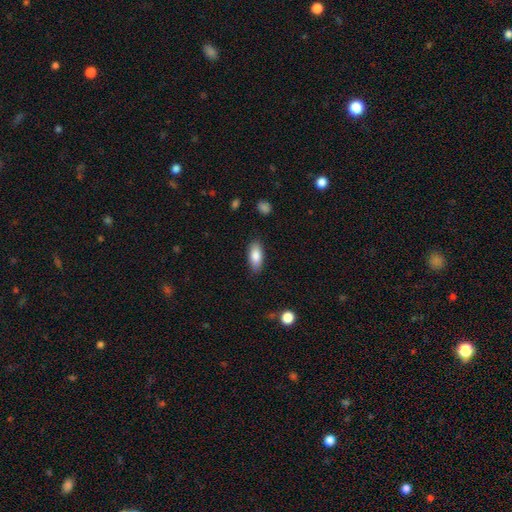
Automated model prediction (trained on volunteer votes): smooth 84%, featured or disk 9%, star or artifact 7%. Down the decision tree: how rounded — in between (84%); merging — none (82%).